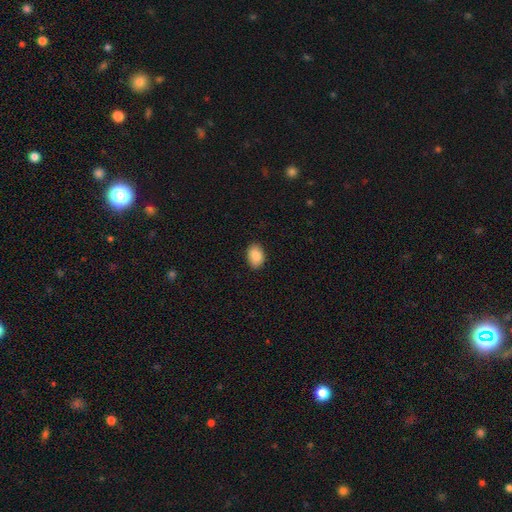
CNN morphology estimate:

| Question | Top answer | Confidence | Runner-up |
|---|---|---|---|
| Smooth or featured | smooth | 89% | star or artifact (7%) |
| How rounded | in between | 85% | round (14%) |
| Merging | none | 88% | minor disturbance (9%) |